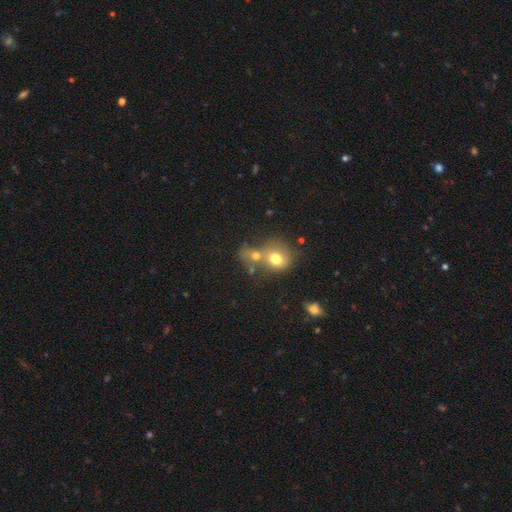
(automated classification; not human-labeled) A smooth galaxy with no disk features (69%) that is round (69%). Merging: merger (59%).